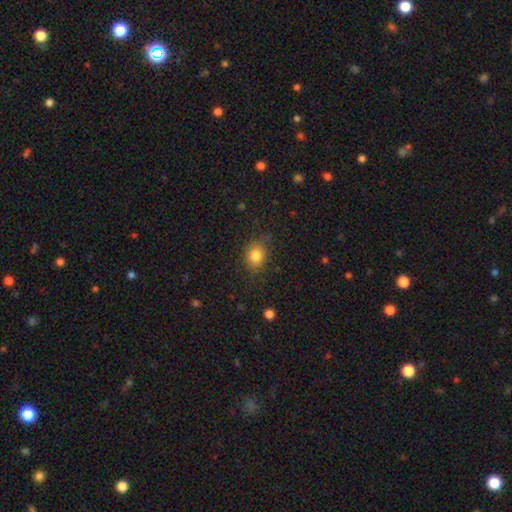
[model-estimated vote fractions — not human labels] smooth 81%, star or artifact 11%, featured or disk 8%. Down the decision tree: how rounded — round (50%); merging — none (72%).